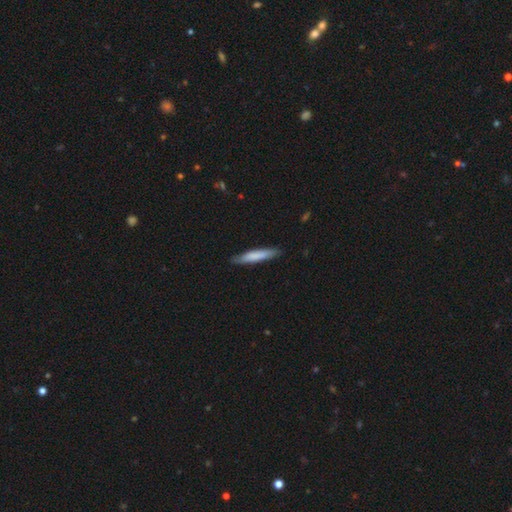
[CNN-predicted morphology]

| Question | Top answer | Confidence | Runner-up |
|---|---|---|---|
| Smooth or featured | smooth | 75% | featured or disk (20%) |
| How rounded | cigar-shaped | 91% | in between (8%) |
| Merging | none | 85% | minor disturbance (12%) |